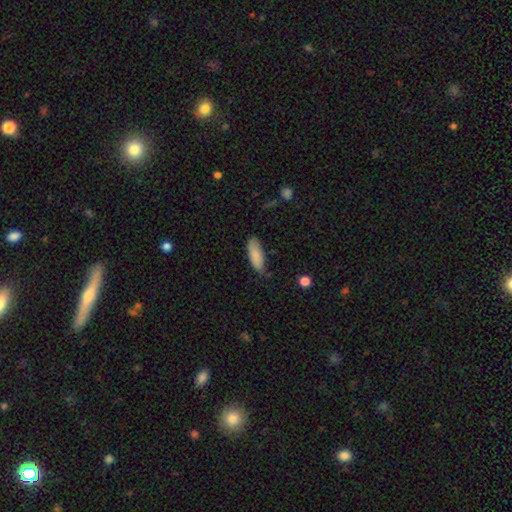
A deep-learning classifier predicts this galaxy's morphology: A smooth galaxy with no disk features (87%) that is in between round and cigar-shaped (66%). Merging: none (73%).